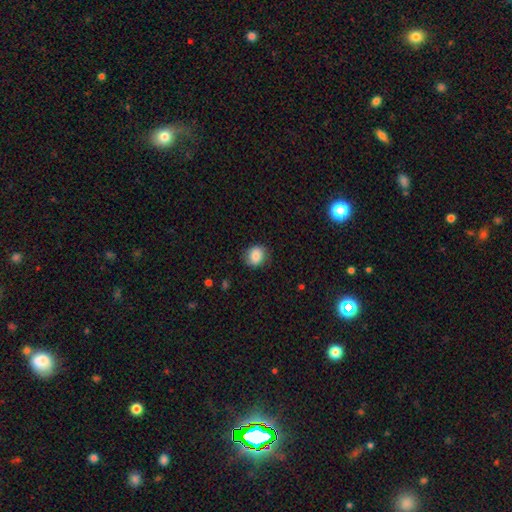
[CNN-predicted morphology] Q: Smooth or featured?
A: smooth (84%); runner-up: star or artifact (9%)
Q: How rounded?
A: round (71%); runner-up: in between (28%)
Q: Merging?
A: none (81%); runner-up: minor disturbance (14%)